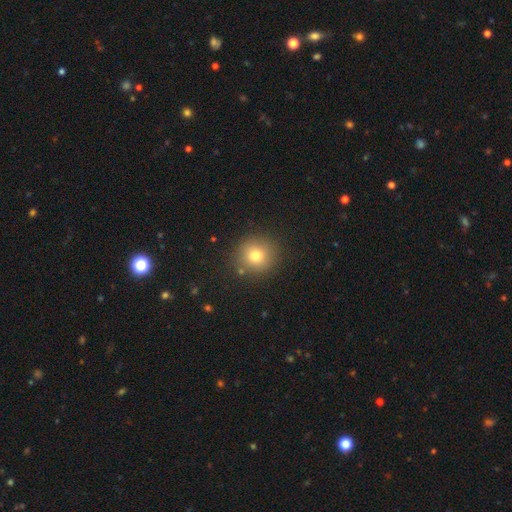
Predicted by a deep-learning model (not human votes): Smooth or featured: smooth — 76% (star or artifact — 14%)
How rounded: round — 91% (in between — 8%)
Merging: none — 85% (minor disturbance — 9%)